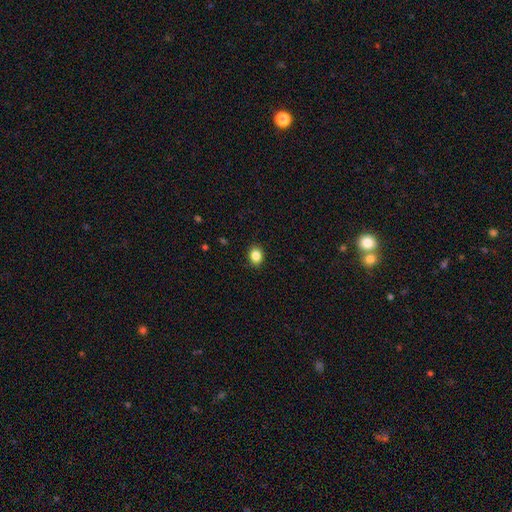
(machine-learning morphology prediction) Smooth or featured?
  - smooth: 86% *
  - star or artifact: 10%
  - featured or disk: 4%
How rounded?
  - round: 53% *
  - in between: 47%
  - cigar-shaped: 1%
Merging?
  - none: 89% *
  - minor disturbance: 8%
  - major disturbance: 2%
  - merger: 1%